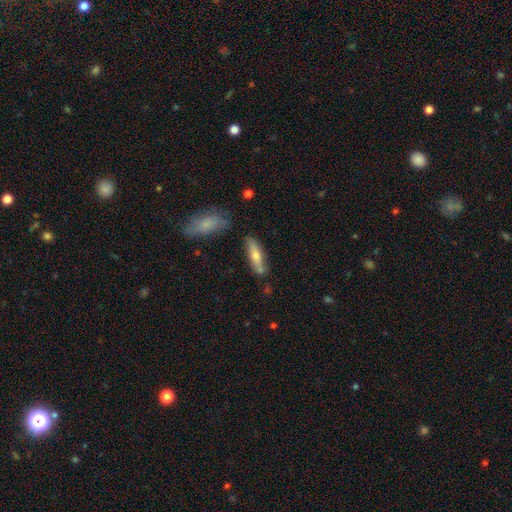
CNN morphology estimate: The model was most divided on "smooth or featured": smooth: 60%, featured or disk: 33%, star or artifact: 6%. More confident: merging — none (72%); how rounded — cigar-shaped (65%).